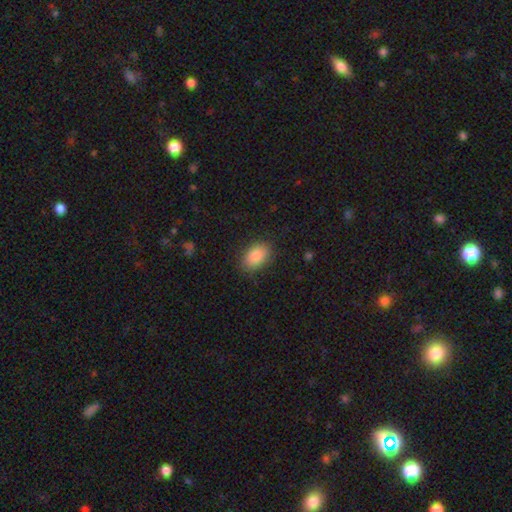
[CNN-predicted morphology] type=smooth (88%); roundness=in between (88%); merging=none (85%).